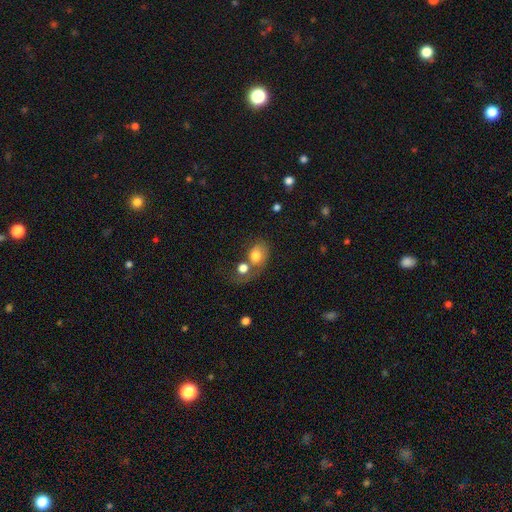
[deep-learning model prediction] The model was most divided on "how rounded": in between: 58%, round: 41%, cigar-shaped: 1%. Remaining: smooth or featured — smooth (70%); merging — merger (49%).